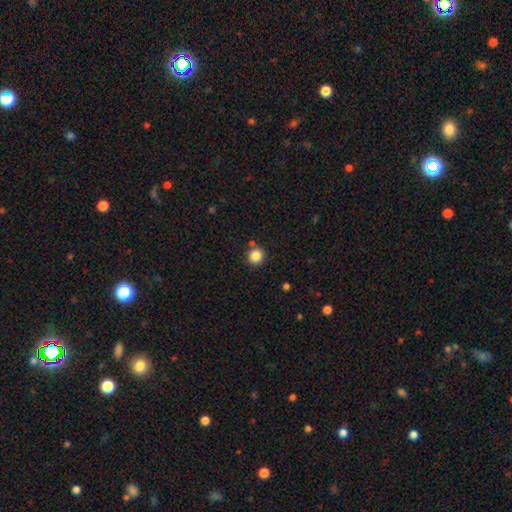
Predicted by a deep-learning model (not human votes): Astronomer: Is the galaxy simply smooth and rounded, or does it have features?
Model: smooth — 85%.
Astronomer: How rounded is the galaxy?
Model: round — 93%.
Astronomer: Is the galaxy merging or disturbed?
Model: none — 83%.